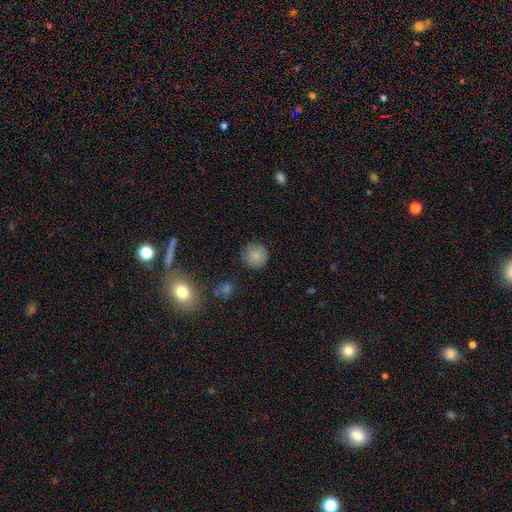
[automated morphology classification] This is clearly a smooth galaxy (84%). How rounded: clearly round (94%). Merging: clearly none (86%).